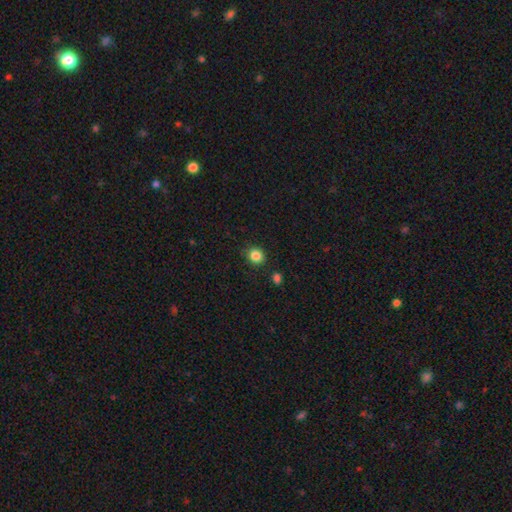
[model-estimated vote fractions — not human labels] Smooth or featured?
  - smooth: 85% *
  - star or artifact: 11%
  - featured or disk: 4%
How rounded?
  - round: 78% *
  - in between: 21%
  - cigar-shaped: 1%
Merging?
  - none: 86% *
  - minor disturbance: 9%
  - merger: 3%
  - major disturbance: 2%